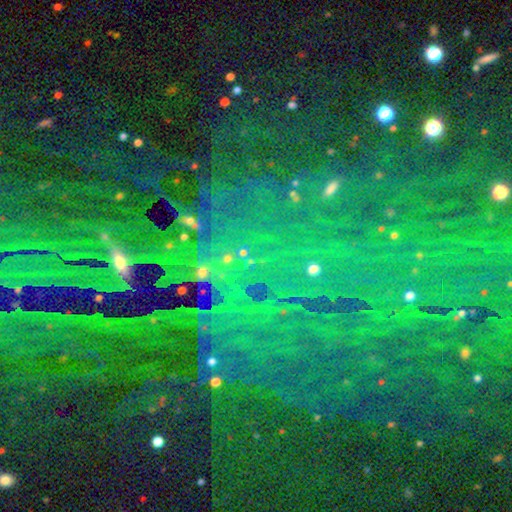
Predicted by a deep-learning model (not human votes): Smooth or featured: star or artifact — 83% (smooth — 9%)